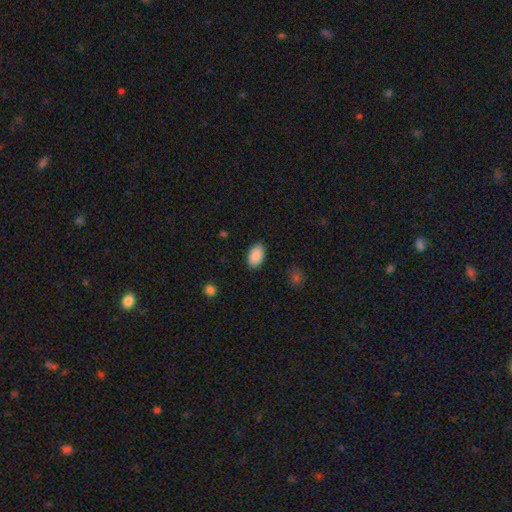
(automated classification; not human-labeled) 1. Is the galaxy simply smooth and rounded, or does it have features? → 90% smooth, 7% star or artifact, 3% featured or disk.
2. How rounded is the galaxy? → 93% in between, 6% round, 1% cigar-shaped.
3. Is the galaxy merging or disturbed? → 87% none, 9% minor disturbance, 2% major disturbance, 1% merger.